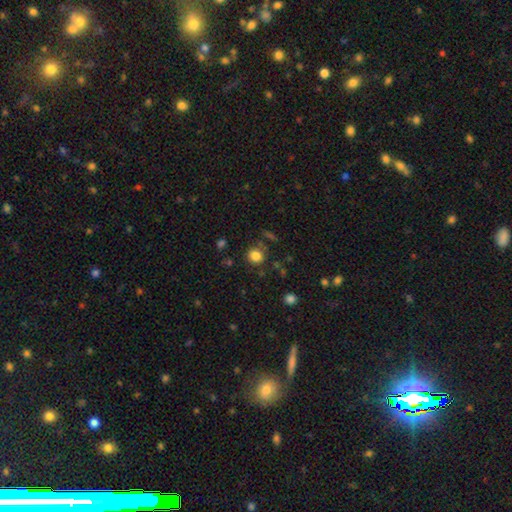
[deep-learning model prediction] Smooth or featured? Predicted: smooth (p=0.83). How rounded? Predicted: round (p=0.85). Merging? Predicted: none (p=0.80).